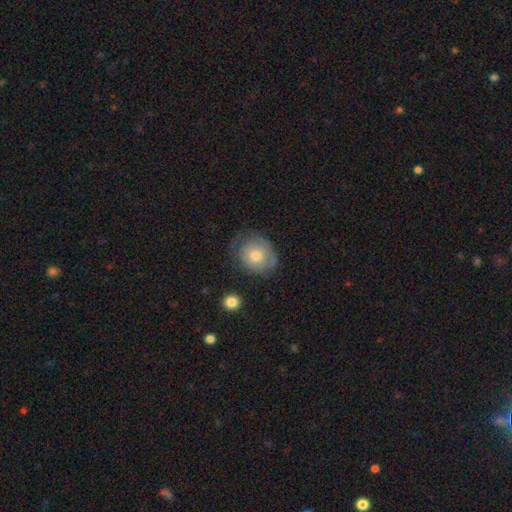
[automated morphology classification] The model was most divided on "smooth or featured": smooth: 61%, featured or disk: 31%, star or artifact: 8%. More confident: how rounded — round (73%); merging — none (61%).